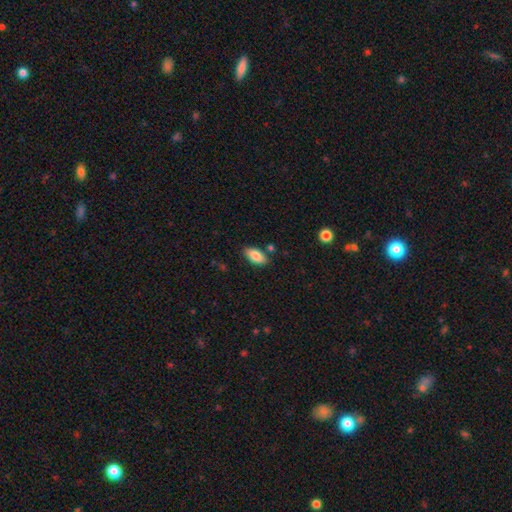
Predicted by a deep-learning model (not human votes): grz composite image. It shows a smooth galaxy with no disk features (84%) that is in between round and cigar-shaped (91%). Merging: none (82%).